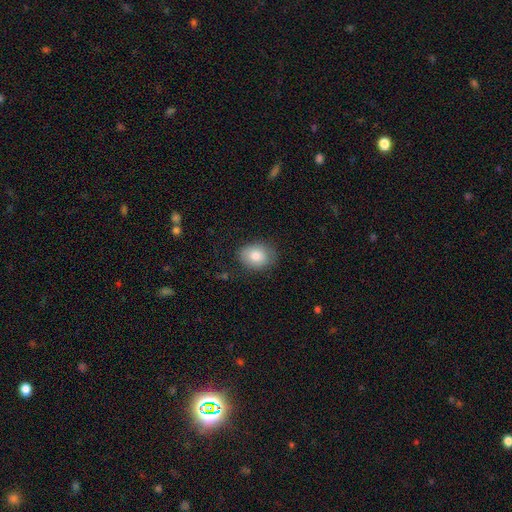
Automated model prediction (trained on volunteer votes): Overall: smooth (81%). How rounded: in between (59%; round 40%). Merging: none (81%).